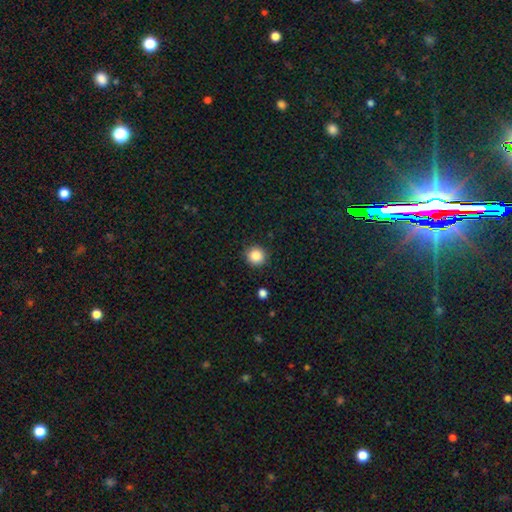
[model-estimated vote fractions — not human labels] smooth_or_featured: smooth (p=0.86) [alt: star or artifact p=0.10]
how_rounded: round (p=0.93) [alt: in between p=0.06]
merging: none (p=0.90) [alt: minor disturbance p=0.07]